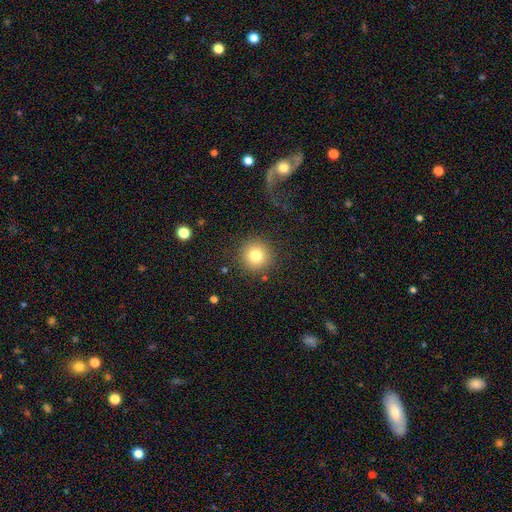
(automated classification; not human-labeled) smooth 80%, star or artifact 11%, featured or disk 9%. Down the decision tree: how rounded — round (94%); merging — none (87%).